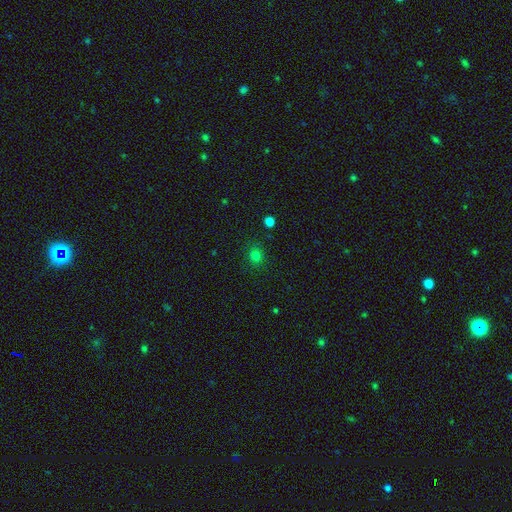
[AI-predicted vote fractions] Smooth or featured?
  - smooth: 77% *
  - star or artifact: 18%
  - featured or disk: 5%
How rounded?
  - round: 81% *
  - in between: 18%
  - cigar-shaped: 1%
Merging?
  - none: 88% *
  - minor disturbance: 8%
  - major disturbance: 3%
  - merger: 2%